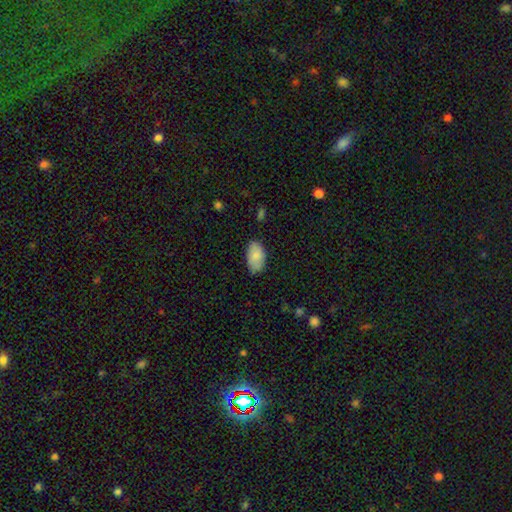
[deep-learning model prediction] Smooth or featured? smooth (83%)
How rounded? in between (94%)
Merging? none (76%)